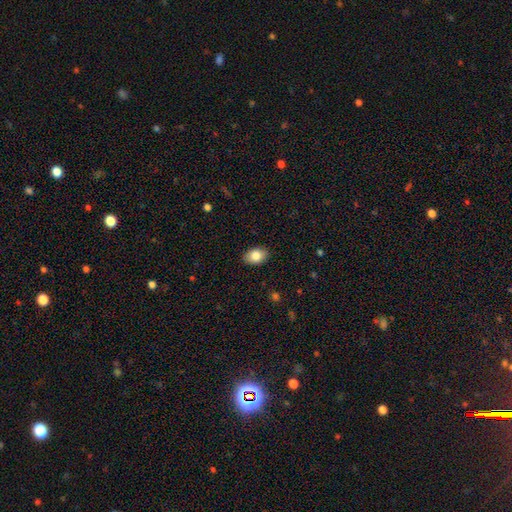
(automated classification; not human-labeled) Overall: smooth (84%). How rounded: in between (86%). Merging: none (89%).